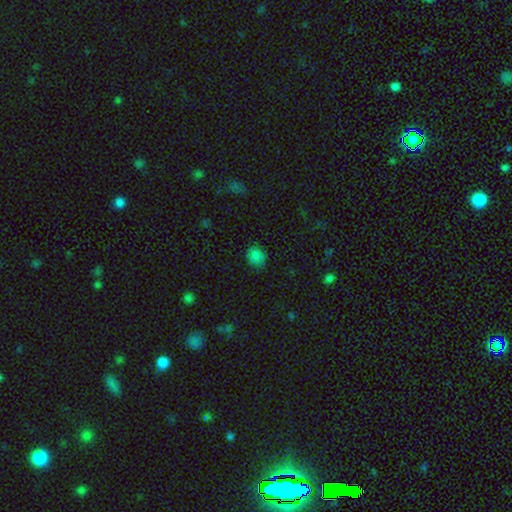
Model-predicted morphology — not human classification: smooth 83%, star or artifact 13%, featured or disk 4%. Down the decision tree: how rounded — round (68%); merging — none (82%).